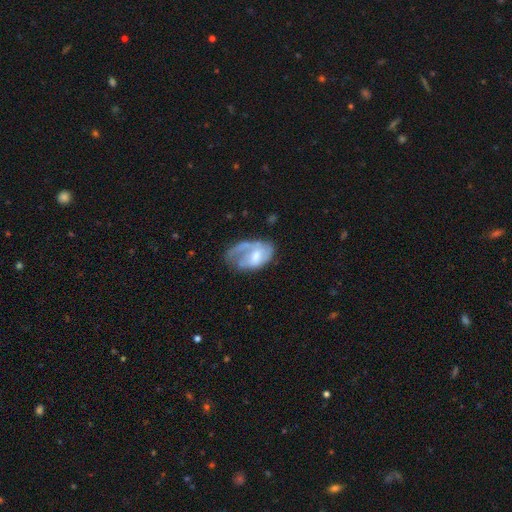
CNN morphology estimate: Overall: featured or disk (59%; smooth 34%). Edge-on disk: no (96%). Bar: no (51%; weak 41%). Spiral arms: yes (66%; no 34%). Bulge size: moderate (53%; small 28%). Merging: major disturbance (39%; none 30%).